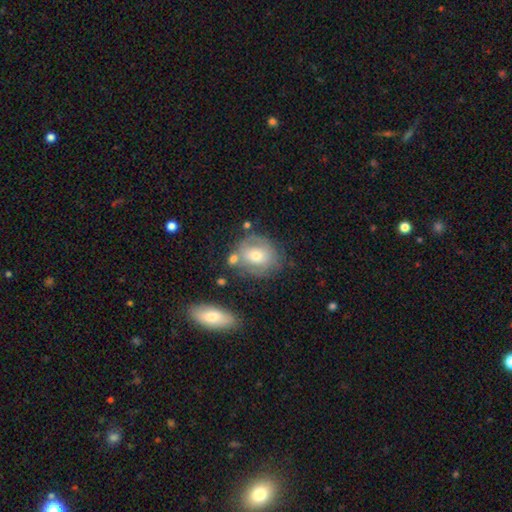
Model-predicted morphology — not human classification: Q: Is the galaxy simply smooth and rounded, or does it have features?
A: smooth — 51%.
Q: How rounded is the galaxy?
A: round — 65%.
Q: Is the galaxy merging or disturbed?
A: none — 56%.